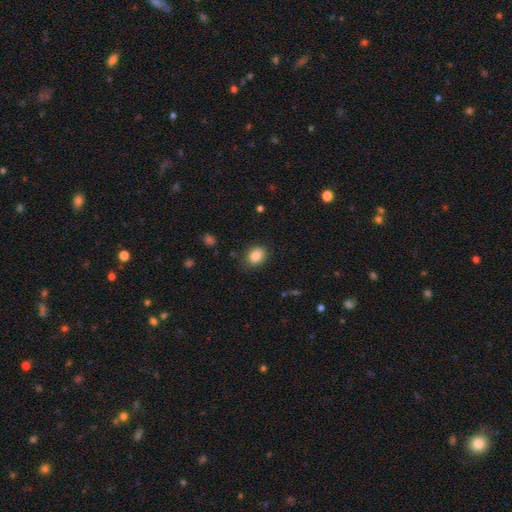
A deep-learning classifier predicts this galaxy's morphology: smooth-or-featured: smooth: 87% | star or artifact: 9% | featured or disk: 5%
  how-rounded: in between: 68% | round: 31% | cigar-shaped: 1%
  merging: none: 82% | minor disturbance: 13% | major disturbance: 3% | merger: 1%